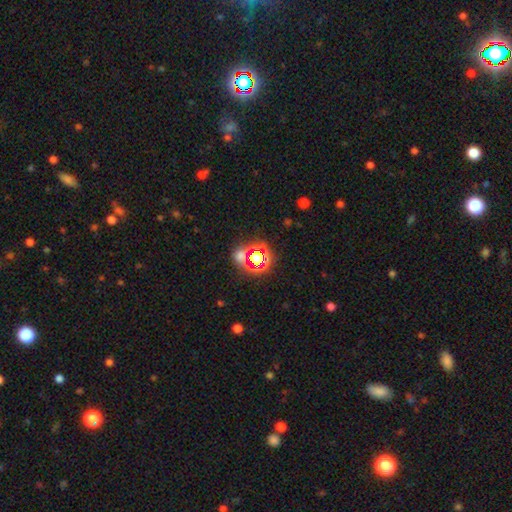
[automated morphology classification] Smooth or featured? star or artifact (57%)